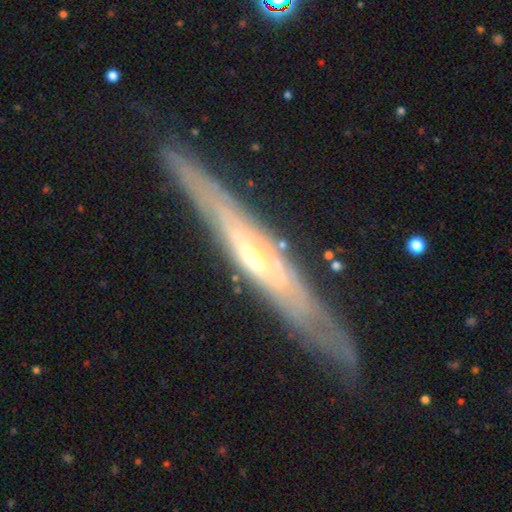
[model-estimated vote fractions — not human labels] This is likely a featured or disk galaxy (78%). It is likely viewed edge-on (77%). Edge-on bulge: possibly rounded (59%). Merging: clearly none (83%).